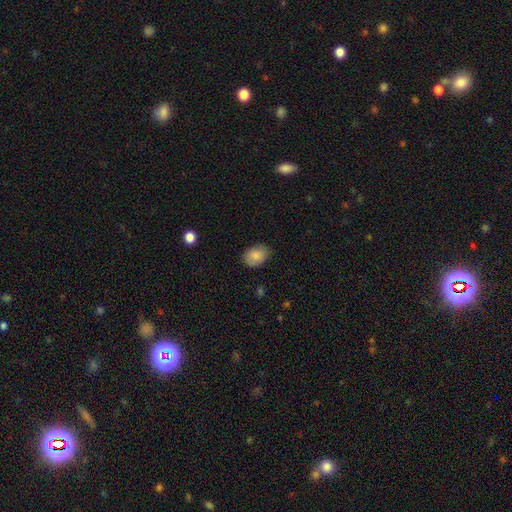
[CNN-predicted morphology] This is clearly a smooth galaxy (85%). How rounded: likely in between (78%). Merging: likely none (80%).